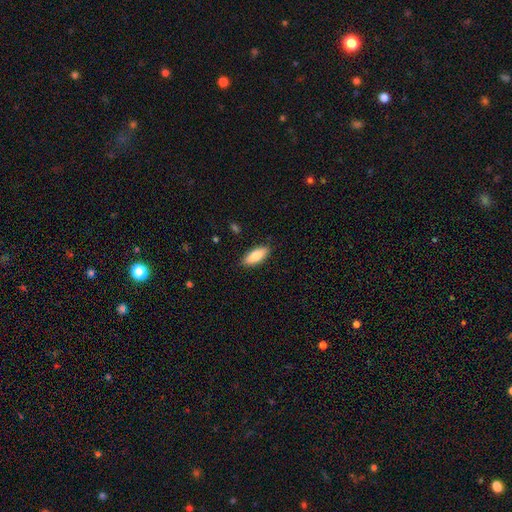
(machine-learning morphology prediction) The model was most divided on "how rounded": in between: 76%, cigar-shaped: 22%, round: 2%. More confident: merging — none (88%); smooth or featured — smooth (81%).